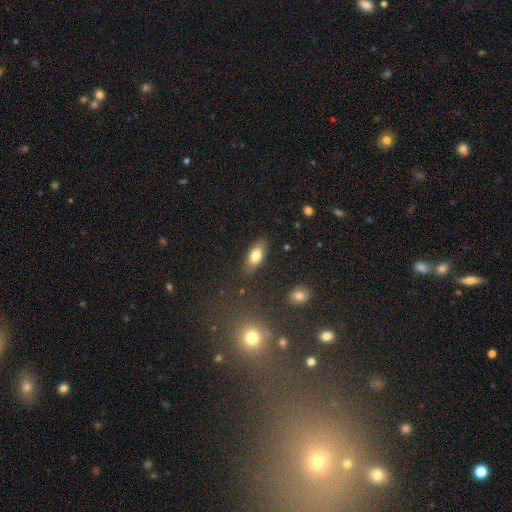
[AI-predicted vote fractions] This is likely a smooth galaxy (77%). How rounded: clearly in between (85%). Merging: clearly none (84%).